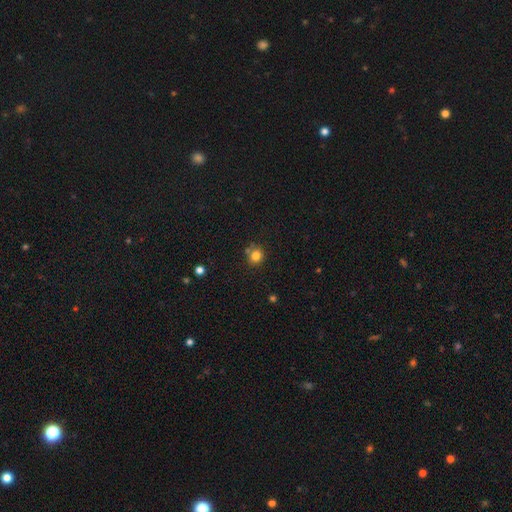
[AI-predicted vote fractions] Smooth or featured: smooth — 80% (star or artifact — 12%)
How rounded: round — 84% (in between — 16%)
Merging: none — 69% (minor disturbance — 14%)